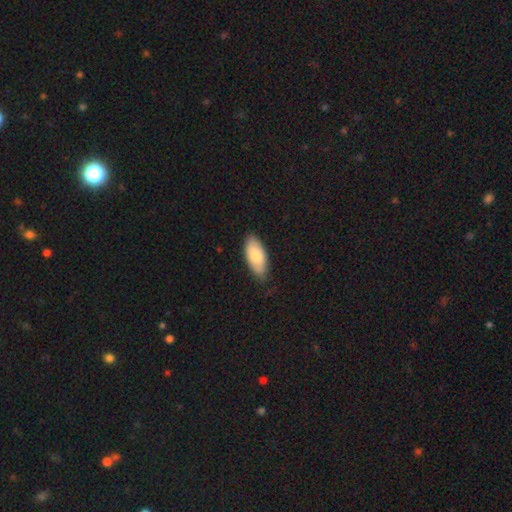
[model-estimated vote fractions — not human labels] This appears to be a smooth galaxy with no disk features (79%) that is in between round and cigar-shaped (89%). Merging: none (79%).